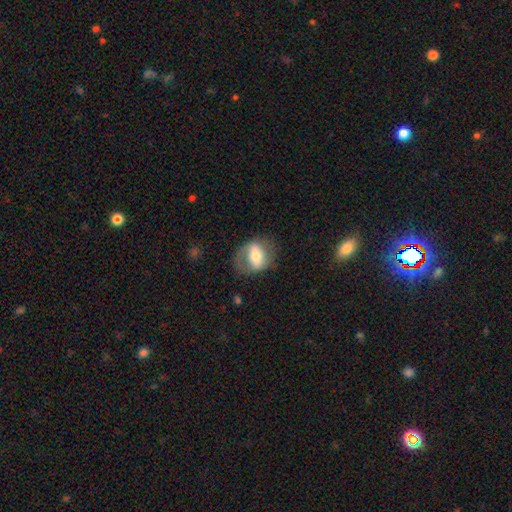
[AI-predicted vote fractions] Q: Smooth or featured?
A: featured or disk (49%); runner-up: smooth (44%)
Q: Merging?
A: none (63%); runner-up: minor disturbance (21%)